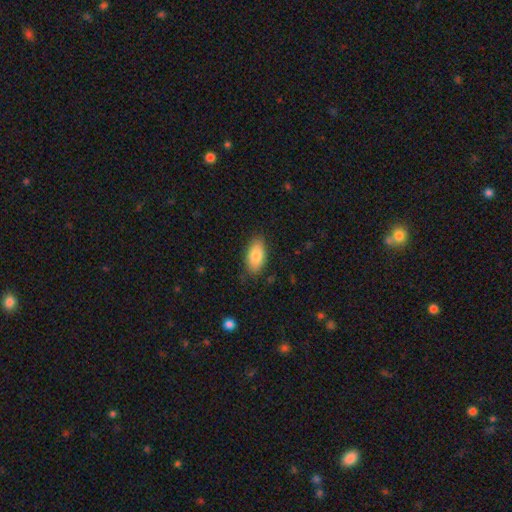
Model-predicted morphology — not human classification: smooth 84%, featured or disk 10%, star or artifact 7%. Down the decision tree: how rounded — in between (92%); merging — none (82%).